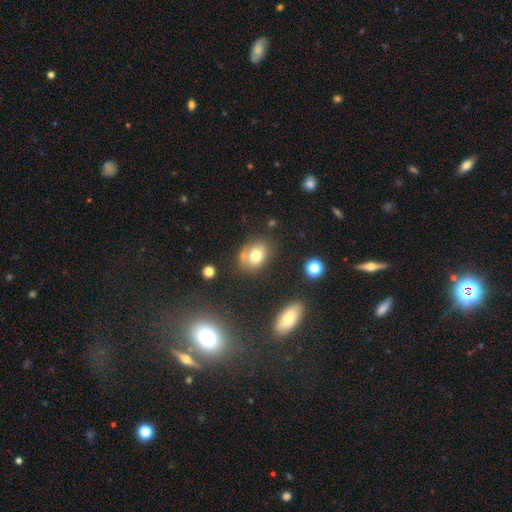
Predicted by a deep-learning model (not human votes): smooth_or_featured: smooth (p=0.70) [alt: featured or disk p=0.18]
how_rounded: in between (p=0.61) [alt: round p=0.38]
merging: none (p=0.63) [alt: minor disturbance p=0.20]